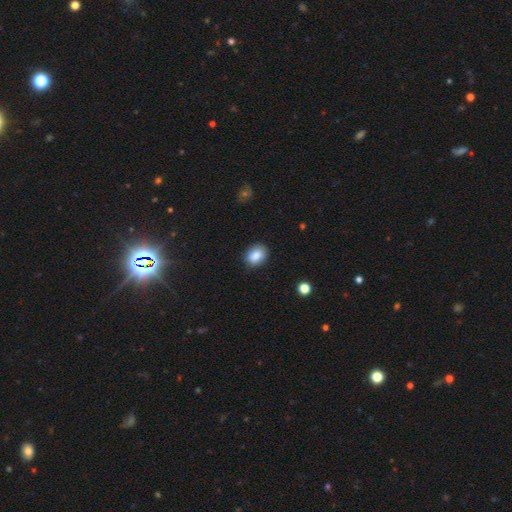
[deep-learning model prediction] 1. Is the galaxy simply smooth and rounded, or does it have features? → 85% smooth, 9% star or artifact, 7% featured or disk.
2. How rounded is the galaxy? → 60% in between, 39% round, 1% cigar-shaped.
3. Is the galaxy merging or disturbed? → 86% none, 11% minor disturbance, 2% major disturbance, 1% merger.